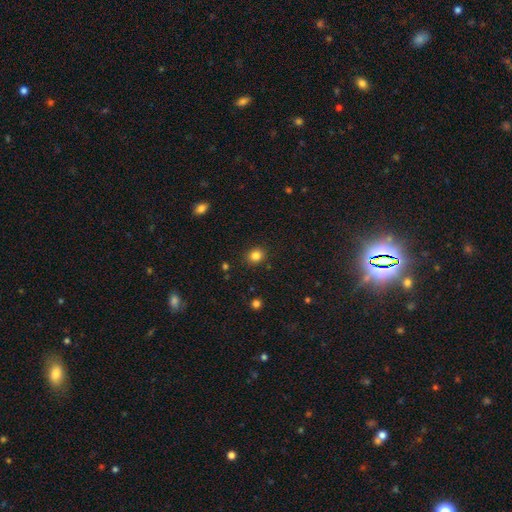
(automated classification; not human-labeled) smooth 83%, star or artifact 12%, featured or disk 5%. Down the decision tree: how rounded — round (72%); merging — none (88%).